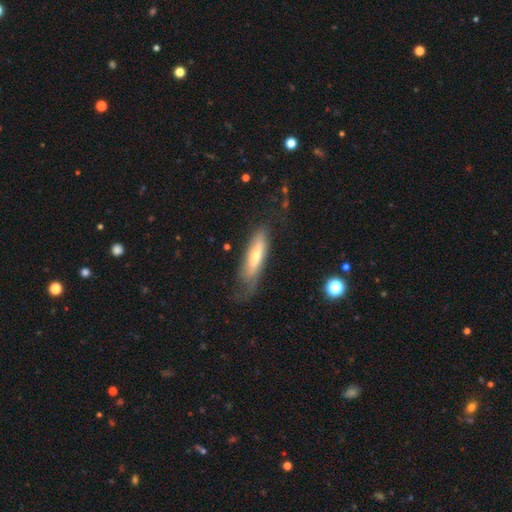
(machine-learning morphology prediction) Smooth or featured?
  - featured or disk: 52% *
  - smooth: 39%
  - star or artifact: 9%
Edge-on disk?
  - yes: 53% *
  - no: 47%
Merging?
  - none: 61% *
  - minor disturbance: 24%
  - major disturbance: 14%
  - merger: 2%